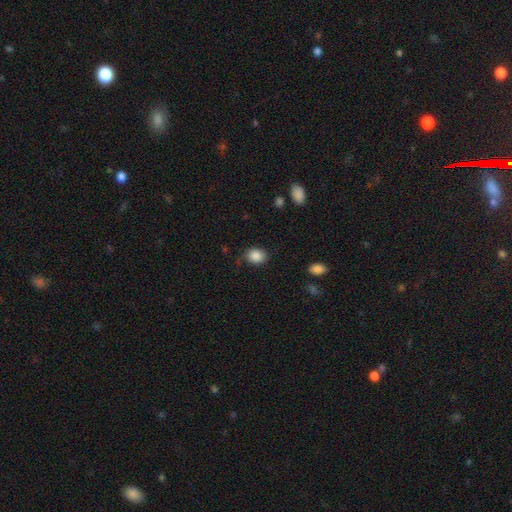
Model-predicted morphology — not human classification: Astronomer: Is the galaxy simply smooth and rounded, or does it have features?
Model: smooth — 86%.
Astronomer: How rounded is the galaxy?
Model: round — 55% (runner-up: in between, 45%).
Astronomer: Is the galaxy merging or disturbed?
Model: none — 75%.